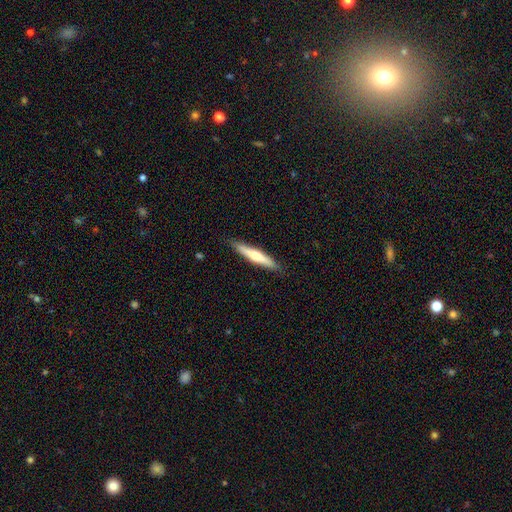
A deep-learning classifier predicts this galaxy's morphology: A smooth galaxy with no disk features (48%).

Vote fractions:
- Smooth or featured? smooth: 48% / featured or disk: 47% / star or artifact: 5%
- Merging? none: 88% / minor disturbance: 9% / major disturbance: 2% / merger: 1%